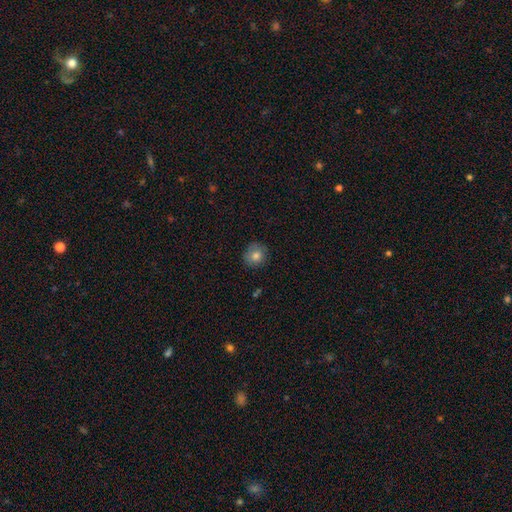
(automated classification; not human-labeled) smooth_or_featured: smooth (p=0.79) [alt: featured or disk p=0.11]
how_rounded: round (p=0.87) [alt: in between p=0.12]
merging: none (p=0.84) [alt: minor disturbance p=0.13]